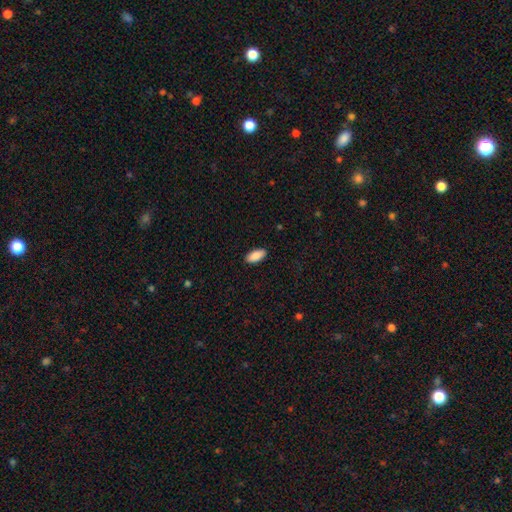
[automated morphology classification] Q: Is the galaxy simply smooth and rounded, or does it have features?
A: smooth — 90%.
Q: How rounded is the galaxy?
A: in between — 90%.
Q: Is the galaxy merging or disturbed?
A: none — 89%.